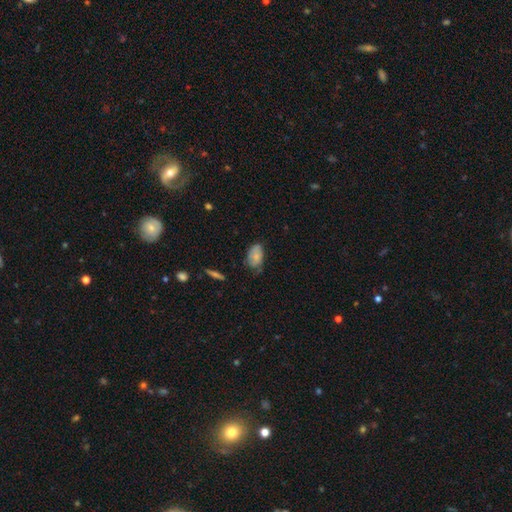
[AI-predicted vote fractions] A smooth galaxy with no disk features (75%) that is in between round and cigar-shaped (90%). Merging: none (51%).